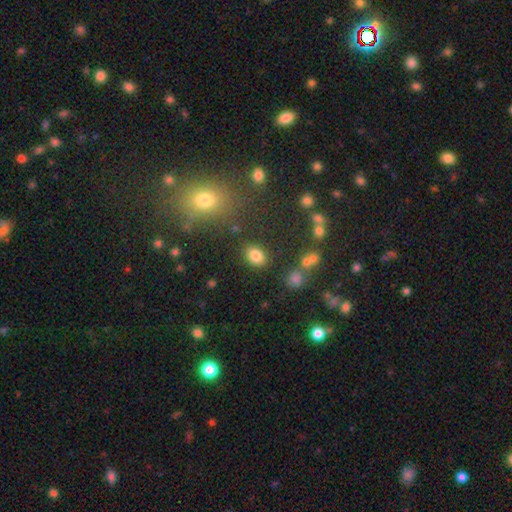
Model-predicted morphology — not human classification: Smooth or featured? smooth (82%)
How rounded? in between (70%)
Merging? none (82%)